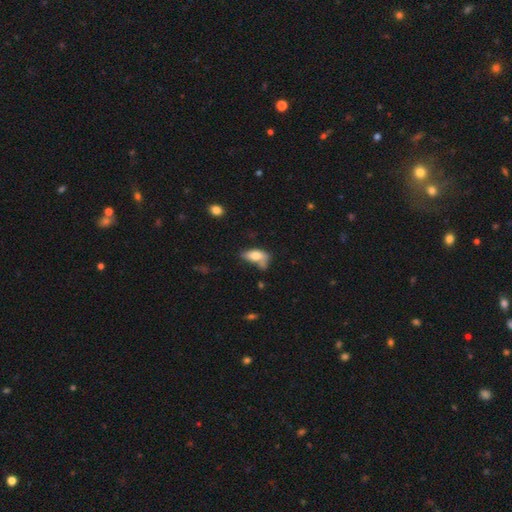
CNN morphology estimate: A smooth galaxy with no disk features (72%) that is in between round and cigar-shaped (87%).

Vote fractions:
- Smooth or featured? smooth: 72% / featured or disk: 19% / star or artifact: 8%
- How rounded? in between: 87% / cigar-shaped: 9% / round: 4%
- Merging? none: 34% / minor disturbance: 28% / merger: 21% / major disturbance: 17%